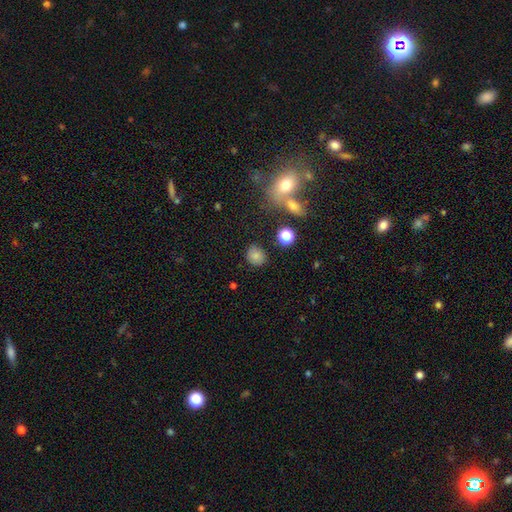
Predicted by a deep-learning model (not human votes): smooth_or_featured: smooth (p=0.78) [alt: star or artifact p=0.14]
how_rounded: round (p=0.75) [alt: in between p=0.24]
merging: none (p=0.81) [alt: minor disturbance p=0.11]